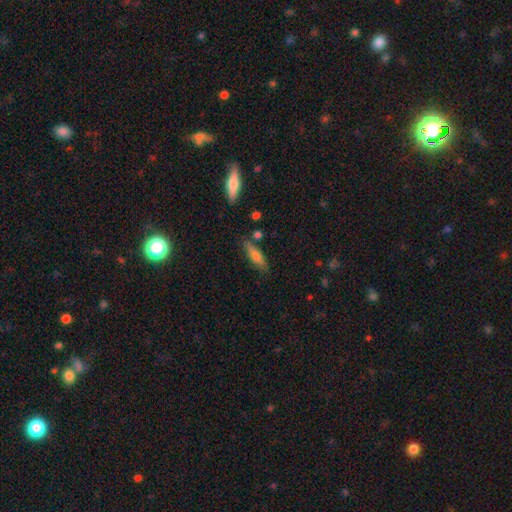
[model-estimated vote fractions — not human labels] Smooth or featured? Predicted: smooth (p=0.72). How rounded? Predicted: cigar-shaped (p=0.64). Merging? Predicted: none (p=0.78).